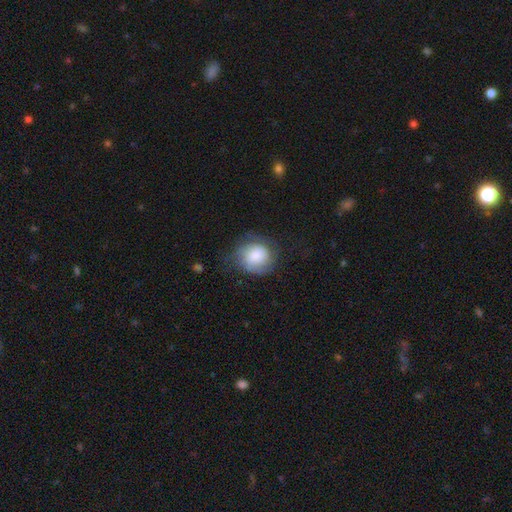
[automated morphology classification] This is likely a smooth galaxy (64%). How rounded: likely round (77%). Merging: possibly none (56%).